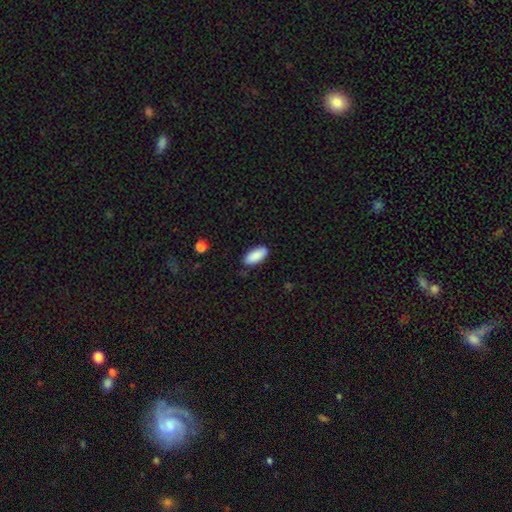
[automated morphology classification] Smooth or featured?
  - smooth: 90% *
  - star or artifact: 6%
  - featured or disk: 4%
How rounded?
  - in between: 87% *
  - cigar-shaped: 12%
  - round: 2%
Merging?
  - none: 86% *
  - minor disturbance: 11%
  - major disturbance: 2%
  - merger: 1%